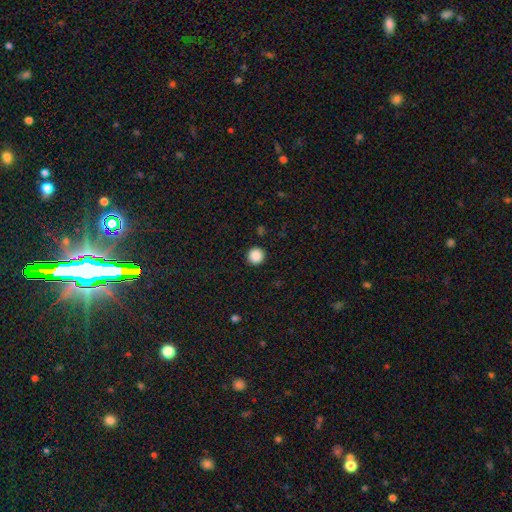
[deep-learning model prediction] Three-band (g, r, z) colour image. It shows a smooth galaxy with no disk features (88%) that is round (95%). Merging: none (92%).